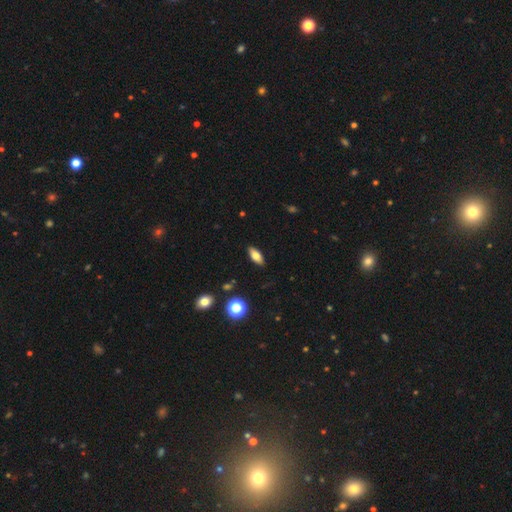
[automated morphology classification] This appears to be a smooth galaxy with no disk features (71%) that is in between round and cigar-shaped (80%). Merging: none (88%).